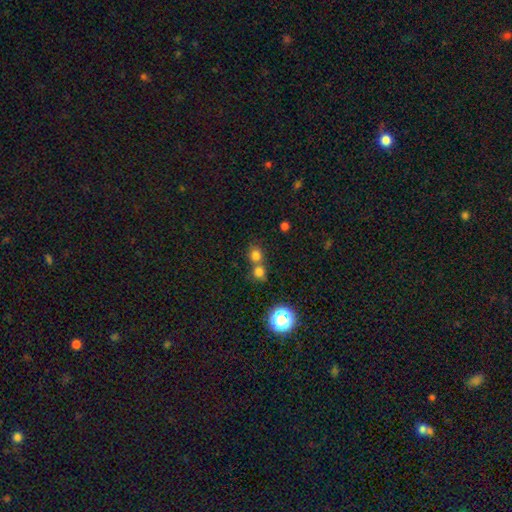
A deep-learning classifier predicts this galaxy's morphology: smooth 72%, star or artifact 20%, featured or disk 7%. Down the decision tree: how rounded — round (81%); merging — none (50%).